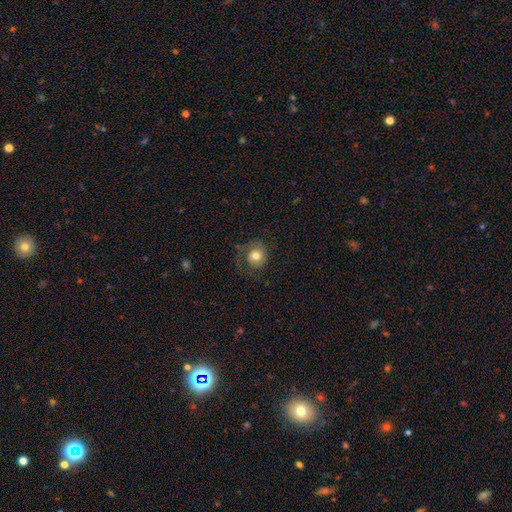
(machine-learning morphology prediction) This is likely a smooth galaxy (74%). How rounded: clearly round (84%). Merging: likely none (63%).